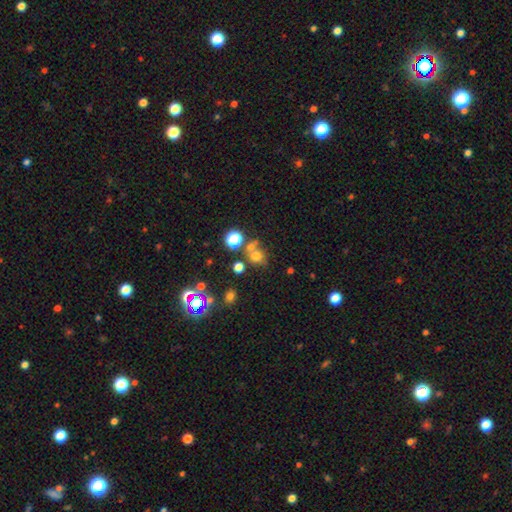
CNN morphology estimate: A smooth galaxy with no disk features (65%) that is round (77%).

Vote fractions:
- Smooth or featured? smooth: 65% / star or artifact: 24% / featured or disk: 11%
- How rounded? round: 77% / in between: 22% / cigar-shaped: 1%
- Merging? none: 54% / merger: 28% / minor disturbance: 12% / major disturbance: 6%